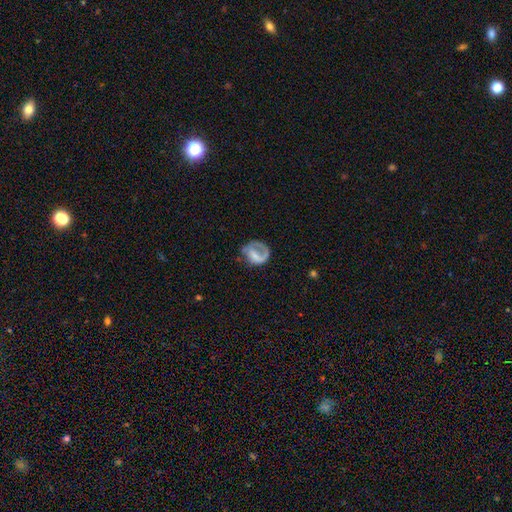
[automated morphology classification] Smooth or featured?
  - featured or disk: 55% *
  - smooth: 37%
  - star or artifact: 8%
Edge-on disk?
  - no: 97% *
  - yes: 3%
Bar?
  - no: 43% *
  - weak: 38%
  - strong: 19%
Spiral arms?
  - yes: 67% *
  - no: 33%
Bulge size?
  - none: 41% *
  - small: 30%
  - moderate: 21%
  - large: 6%
  - dominant: 2%
Merging?
  - none: 44% *
  - major disturbance: 32%
  - minor disturbance: 21%
  - merger: 3%